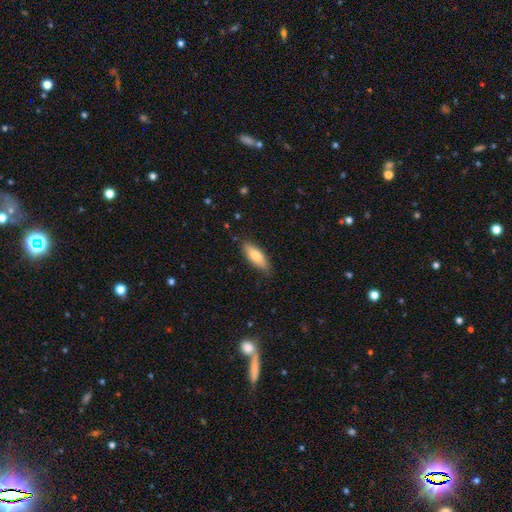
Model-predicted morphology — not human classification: Smooth or featured? smooth (74%)
How rounded? in between (64%)
Merging? none (84%)